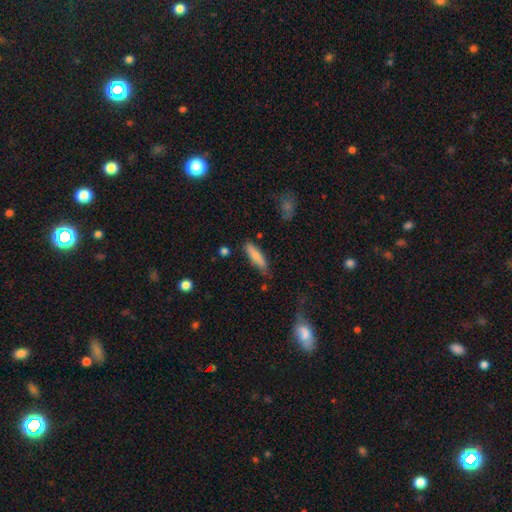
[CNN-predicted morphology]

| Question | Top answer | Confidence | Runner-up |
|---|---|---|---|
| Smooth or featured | smooth | 78% | featured or disk (16%) |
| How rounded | cigar-shaped | 69% | in between (29%) |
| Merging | none | 70% | minor disturbance (22%) |